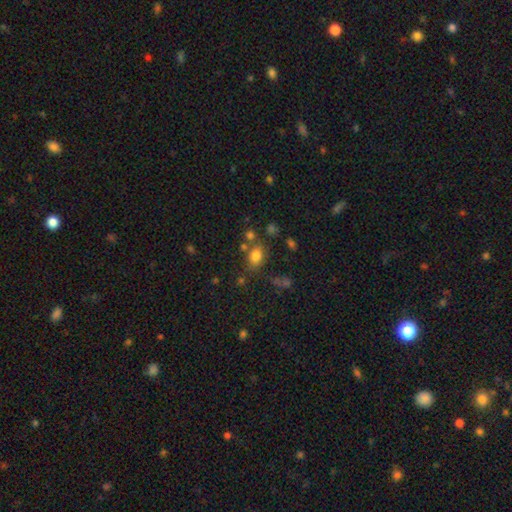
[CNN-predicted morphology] Q: Smooth or featured?
A: smooth (79%); runner-up: star or artifact (13%)
Q: How rounded?
A: in between (68%); runner-up: round (30%)
Q: Merging?
A: none (66%); runner-up: minor disturbance (15%)